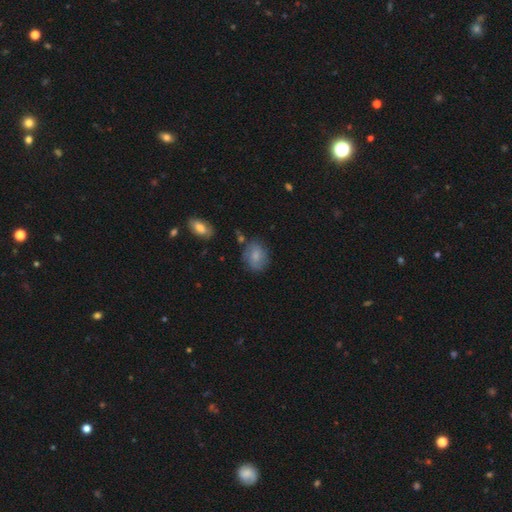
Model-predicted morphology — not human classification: A smooth galaxy with no disk features (77%) that is round (51%). Merging: none (72%).